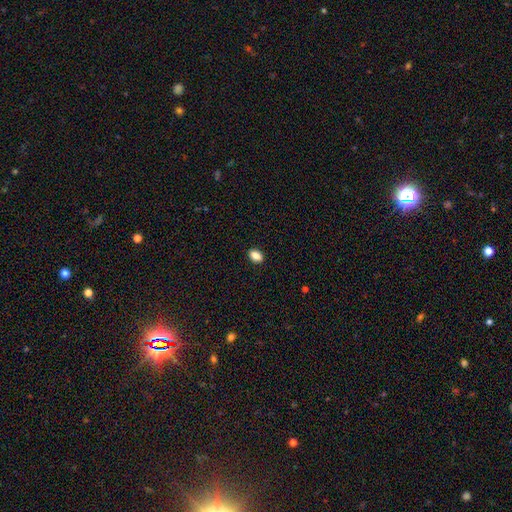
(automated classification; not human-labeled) Smooth or featured? Predicted: smooth (p=0.86). How rounded? Predicted: in between (p=0.85). Merging? Predicted: none (p=0.90).